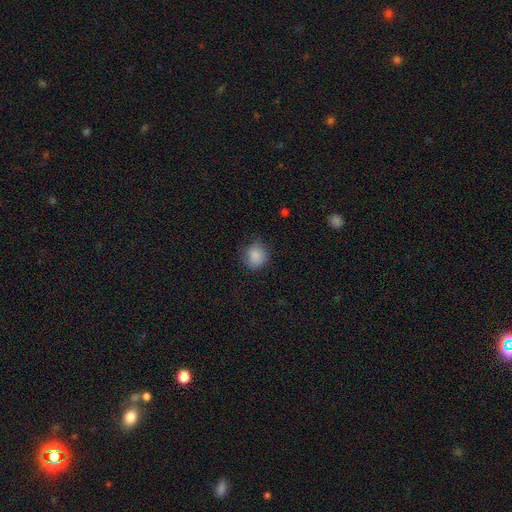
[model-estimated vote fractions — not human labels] Overall: smooth (86%). How rounded: round (81%). Merging: none (73%).